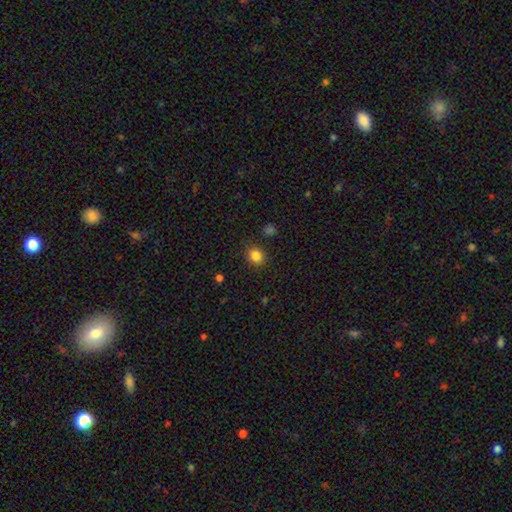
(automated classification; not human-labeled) Smooth or featured? smooth (85%)
How rounded? round (73%)
Merging? none (84%)